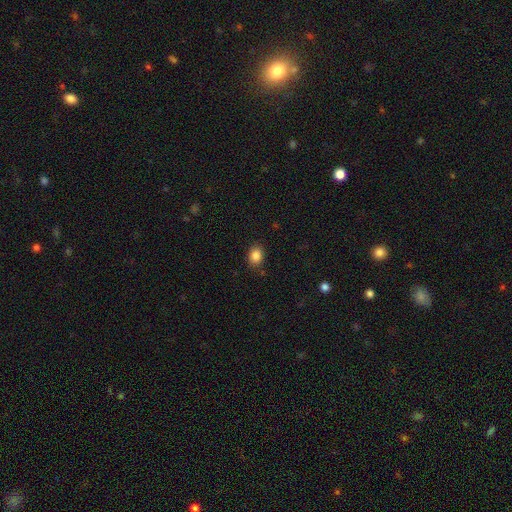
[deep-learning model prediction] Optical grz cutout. It shows a smooth galaxy with no disk features (86%) that is in between round and cigar-shaped (66%). Merging: none (84%).